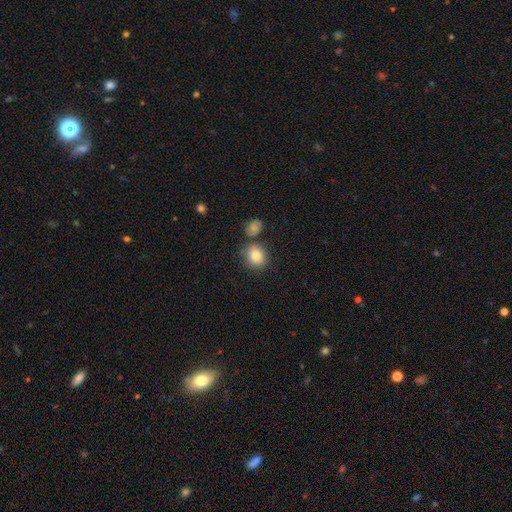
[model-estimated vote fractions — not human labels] Overall: smooth (83%). How rounded: round (68%; in between 31%). Merging: none (72%).